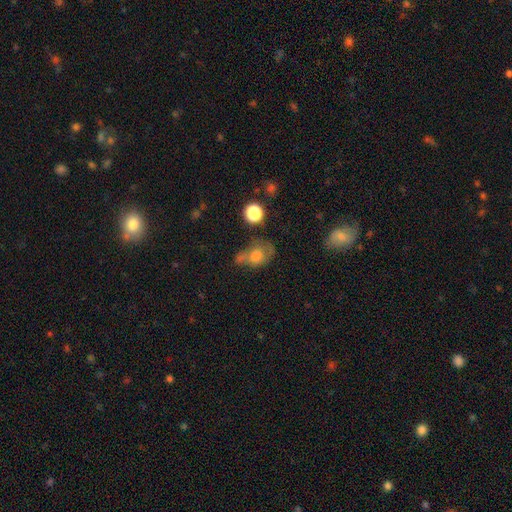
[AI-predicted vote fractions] This is possibly a smooth galaxy (58%). How rounded: likely in between (60%). Merging: marginally none (35%).